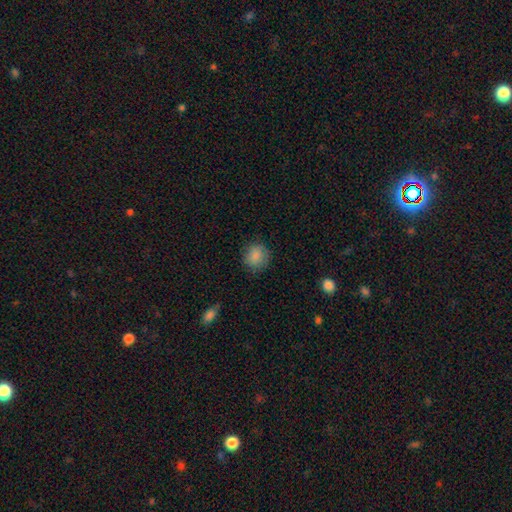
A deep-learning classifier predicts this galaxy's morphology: smooth_or_featured: smooth (p=0.87) [alt: star or artifact p=0.09]
how_rounded: round (p=0.87) [alt: in between p=0.12]
merging: none (p=0.83) [alt: minor disturbance p=0.12]